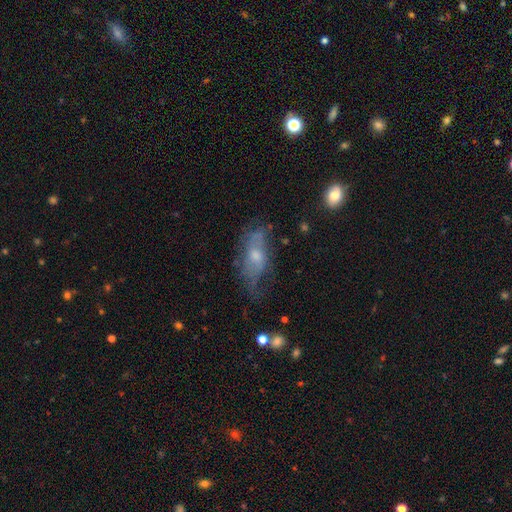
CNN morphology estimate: This is possibly a featured or disk galaxy (53%). It is clearly not viewed edge-on (82%). Merging: marginally none (45%).